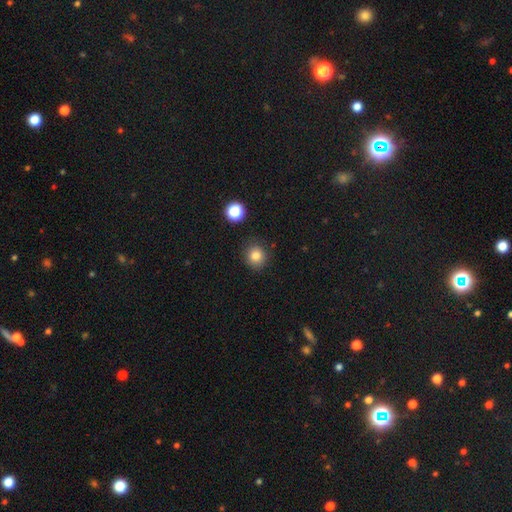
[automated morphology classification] The model was most divided on "smooth or featured": smooth: 81%, star or artifact: 12%, featured or disk: 7%. More confident: merging — none (87%); how rounded — round (87%).